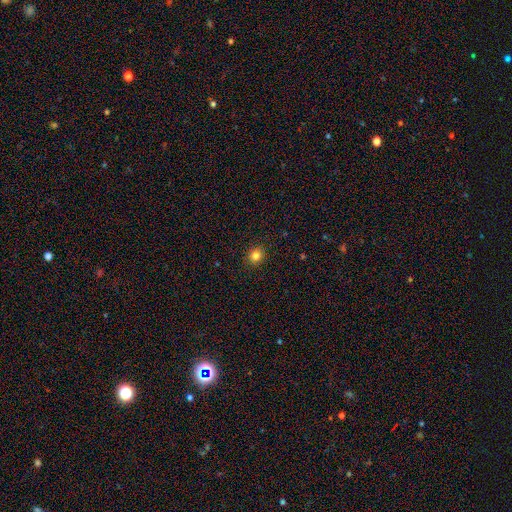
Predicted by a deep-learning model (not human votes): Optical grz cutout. It shows a smooth galaxy with no disk features (83%) that is round (78%). Merging: none (91%).